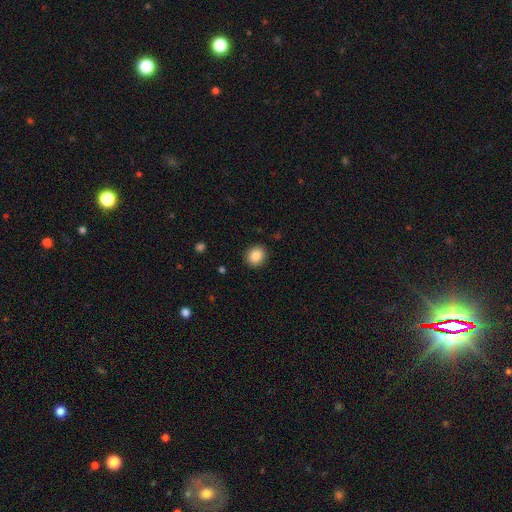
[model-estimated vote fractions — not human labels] Overall: smooth (87%). How rounded: round (75%). Merging: none (91%).